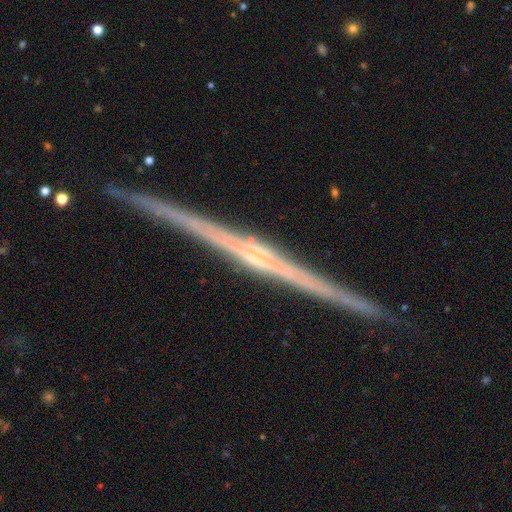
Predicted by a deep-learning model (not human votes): Smooth or featured? featured or disk (88%)
Edge-on disk? yes (99%)
Edge-on bulge? rounded (55%)
Merging? none (92%)